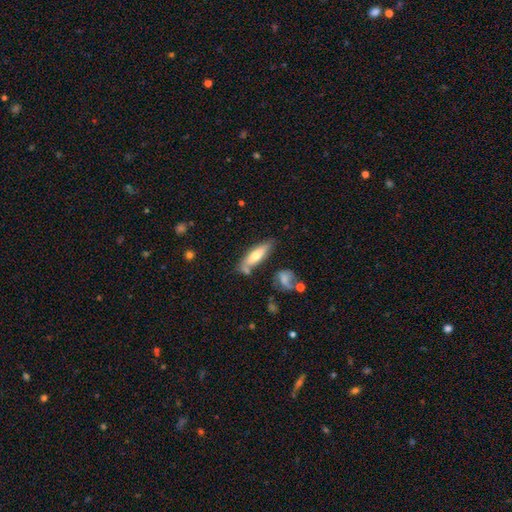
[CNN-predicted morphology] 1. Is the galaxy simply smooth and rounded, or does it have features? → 64% smooth, 30% featured or disk, 6% star or artifact.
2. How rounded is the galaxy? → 57% cigar-shaped, 41% in between, 2% round.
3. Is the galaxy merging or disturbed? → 69% none, 18% minor disturbance, 10% merger, 4% major disturbance.